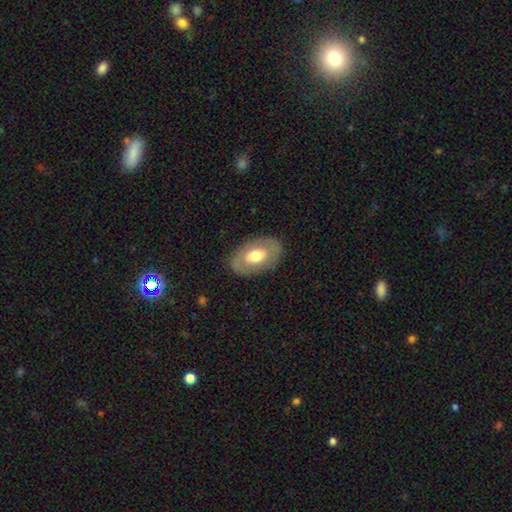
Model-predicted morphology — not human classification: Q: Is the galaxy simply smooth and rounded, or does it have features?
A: smooth — 55%.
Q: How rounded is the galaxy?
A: in between — 88%.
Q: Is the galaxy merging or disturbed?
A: none — 82%.